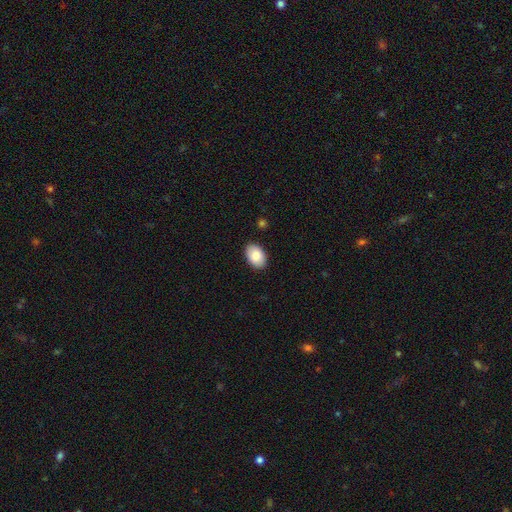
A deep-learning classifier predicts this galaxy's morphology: smooth_or_featured: smooth (p=0.84) [alt: featured or disk p=0.09]
how_rounded: in between (p=0.88) [alt: round p=0.11]
merging: none (p=0.89) [alt: minor disturbance p=0.09]